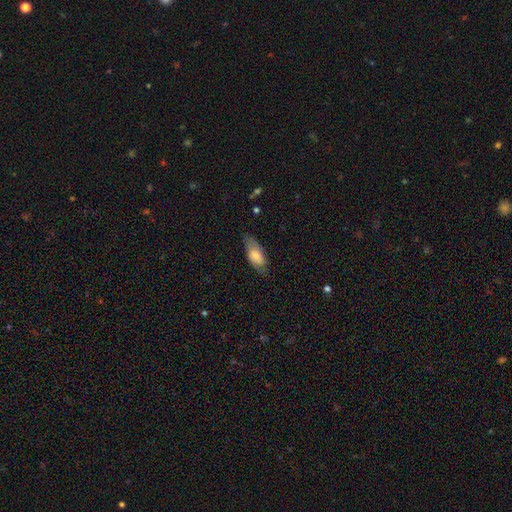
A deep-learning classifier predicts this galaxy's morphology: type=smooth (61%); roundness=in between (83%); merging=none (70%).